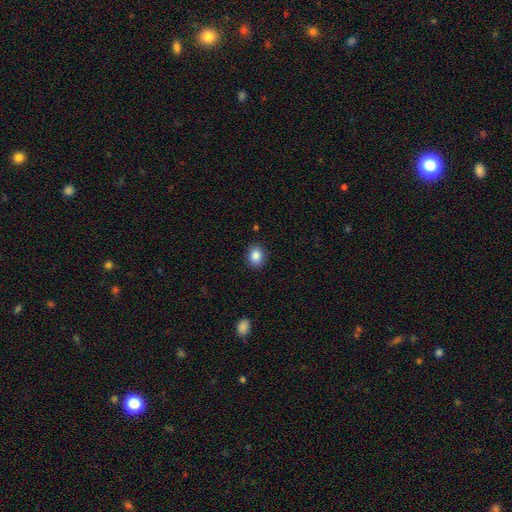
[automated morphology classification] Smooth or featured: smooth — 86% (star or artifact — 9%)
How rounded: round — 50% (in between — 49%)
Merging: none — 89% (minor disturbance — 8%)